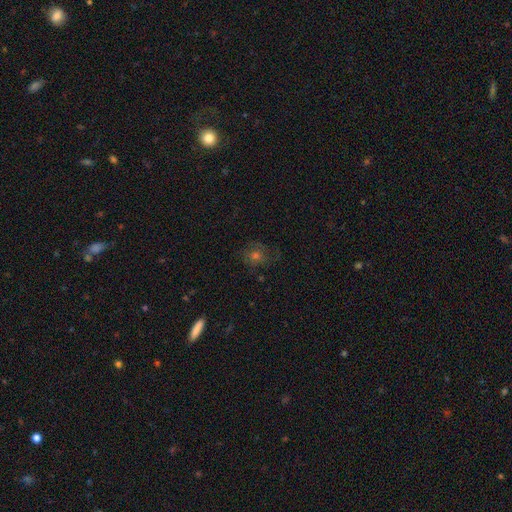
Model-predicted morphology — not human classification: Overall: smooth (39%; featured or disk 37%). Merging: none (73%).